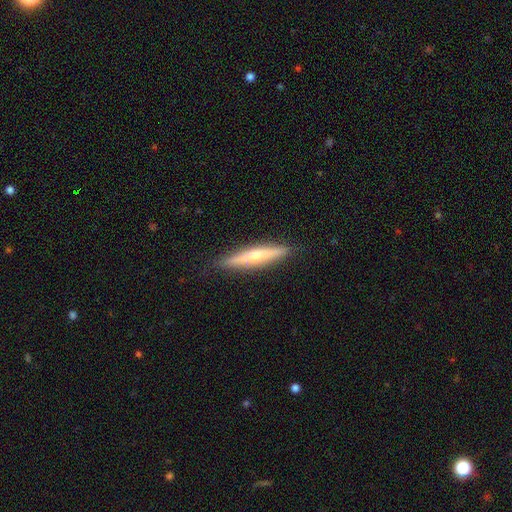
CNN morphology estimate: featured or disk 47% (tied), smooth 47% (tied), star or artifact 6%. Down the decision tree: merging — none (88%).